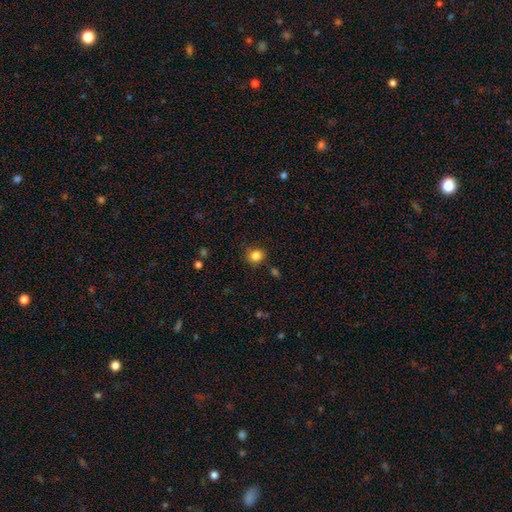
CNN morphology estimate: Smooth or featured? smooth (84%)
How rounded? round (76%)
Merging? none (82%)